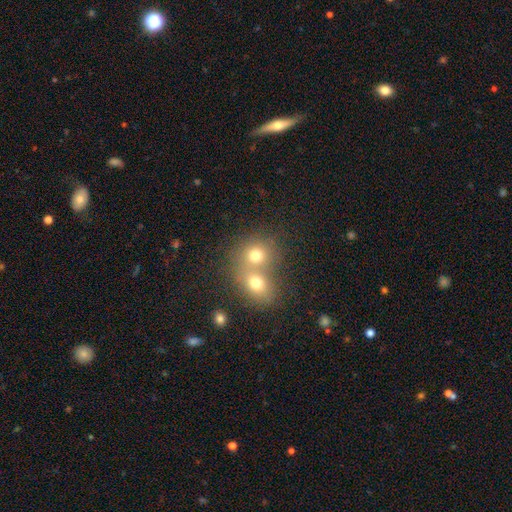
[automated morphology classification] smooth 72%, featured or disk 14%, star or artifact 14%. Down the decision tree: how rounded — round (74%); merging — merger (58%).